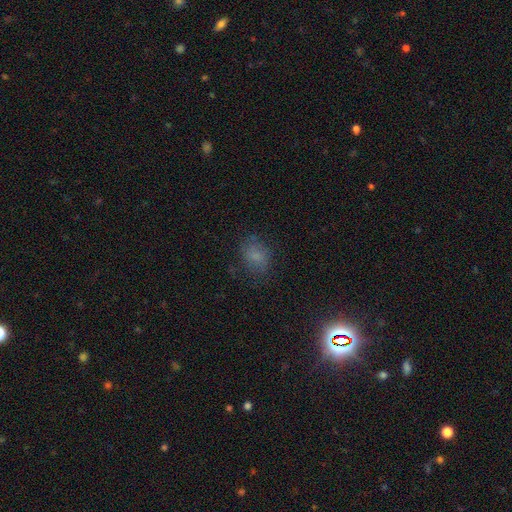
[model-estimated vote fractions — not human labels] Smooth or featured? Predicted: smooth (p=0.69). How rounded? Predicted: in between (p=0.58). Merging? Predicted: none (p=0.72).